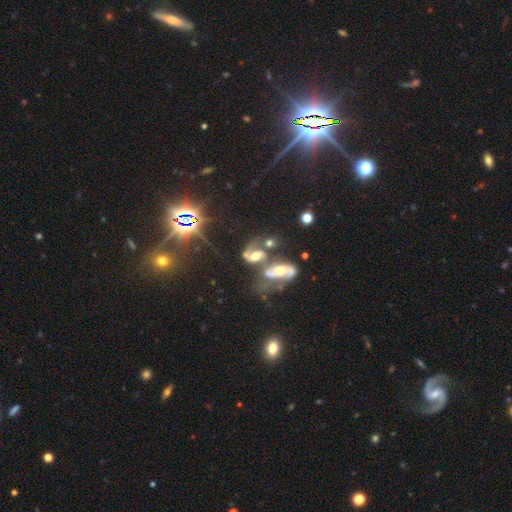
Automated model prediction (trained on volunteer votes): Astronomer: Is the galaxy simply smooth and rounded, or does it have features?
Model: featured or disk — 62%.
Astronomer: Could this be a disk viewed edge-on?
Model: no — 93%.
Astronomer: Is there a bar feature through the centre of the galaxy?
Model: no — 51% (runner-up: weak, 31%).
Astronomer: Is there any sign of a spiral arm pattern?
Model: yes — 76%.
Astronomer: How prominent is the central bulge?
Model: moderate — 59%.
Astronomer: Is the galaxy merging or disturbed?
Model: merger — 59%.